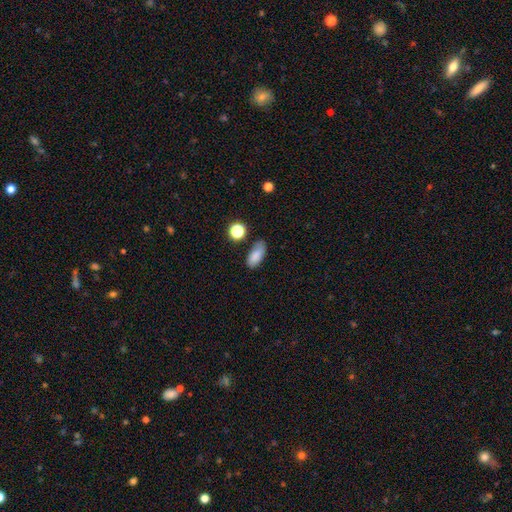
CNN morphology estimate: Overall: smooth (81%). How rounded: in between (86%). Merging: none (66%).